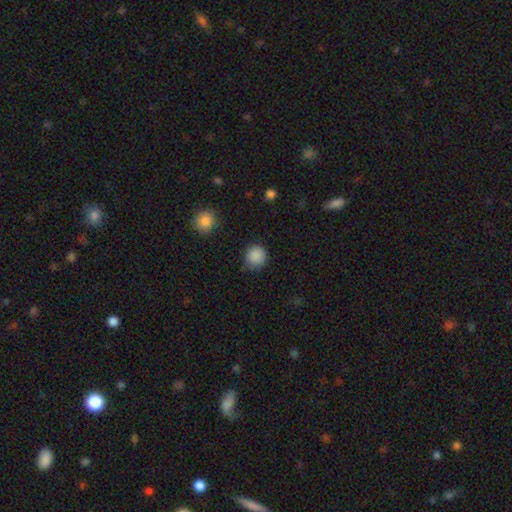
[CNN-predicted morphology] The model was most divided on "merging": none: 79%, minor disturbance: 15%, major disturbance: 4%, merger: 2%. More confident: how rounded — round (92%); smooth or featured — smooth (87%).